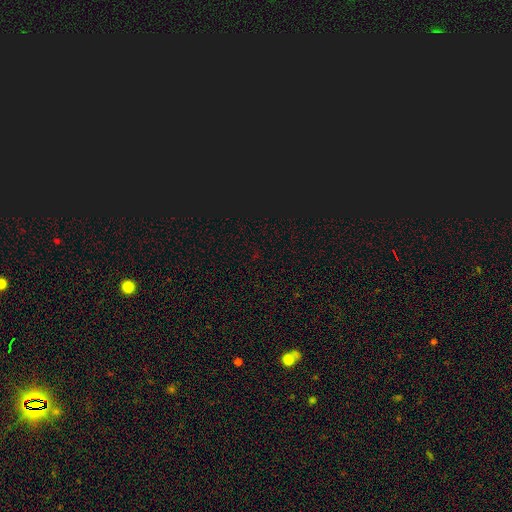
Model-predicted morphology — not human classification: Overall: star or artifact (77%).